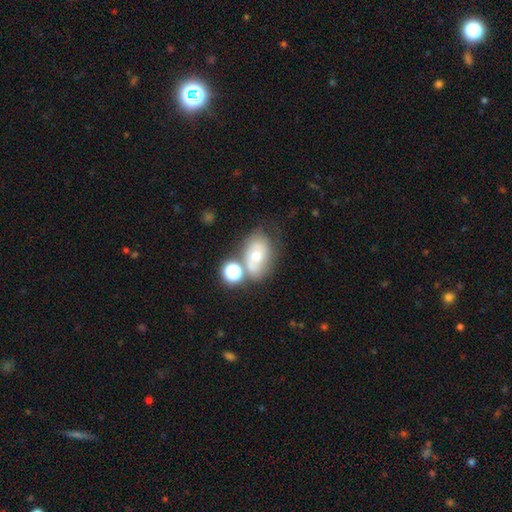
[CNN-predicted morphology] A smooth galaxy with no disk features (44%).

Vote fractions:
- Smooth or featured? smooth: 44% / featured or disk: 39% / star or artifact: 17%
- Merging? none: 48% / merger: 24% / minor disturbance: 18% / major disturbance: 10%